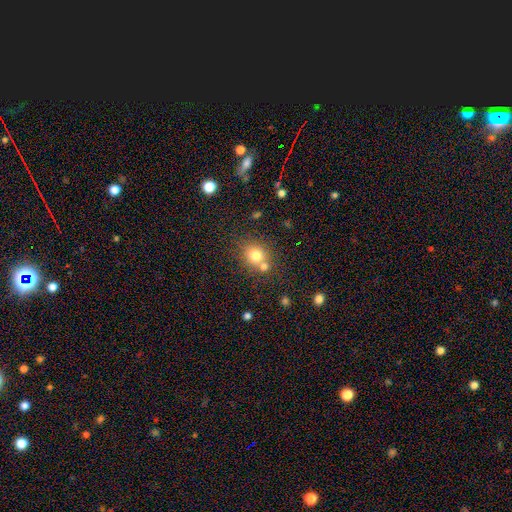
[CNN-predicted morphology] smooth 75%, star or artifact 13%, featured or disk 11%. Down the decision tree: how rounded — round (78%); merging — none (60%).